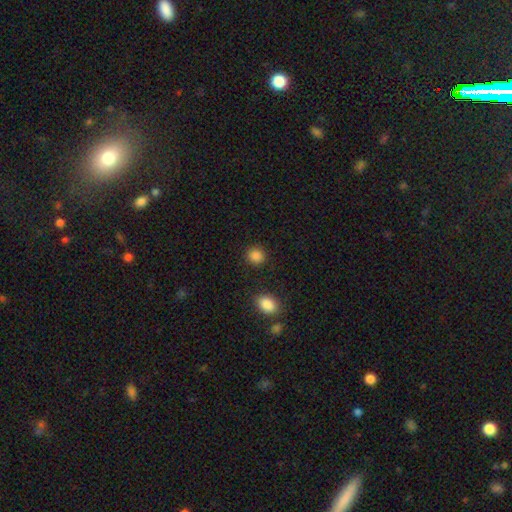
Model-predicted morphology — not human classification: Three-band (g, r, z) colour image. It shows a smooth galaxy with no disk features (87%) that is round (84%). Merging: none (88%).